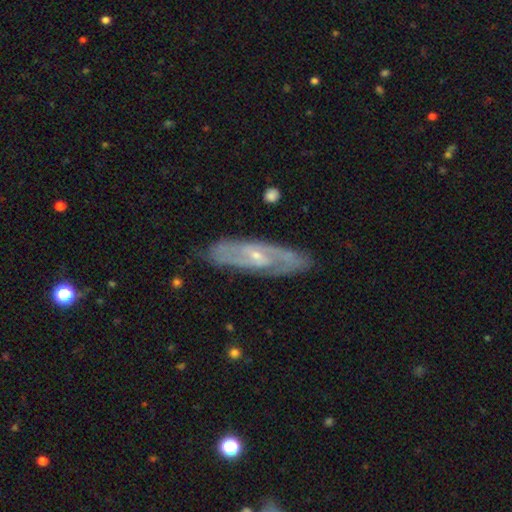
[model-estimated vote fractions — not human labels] featured or disk 78%, smooth 16%, star or artifact 6%. Down the decision tree: edge-on disk — no (78%); bar — no (43%); spiral arms — yes (83%); spiral arm count — 2 (58%); spiral winding — tight (44%); bulge size — small (73%); merging — none (79%).